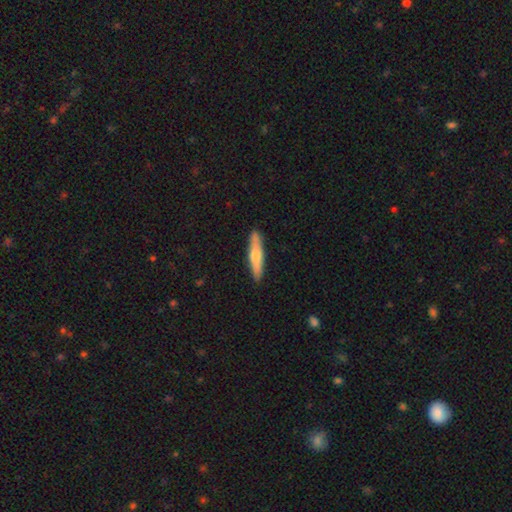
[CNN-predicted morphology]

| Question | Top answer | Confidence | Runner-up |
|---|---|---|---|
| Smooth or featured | smooth | 60% | featured or disk (34%) |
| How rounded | cigar-shaped | 85% | in between (13%) |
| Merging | none | 90% | minor disturbance (8%) |